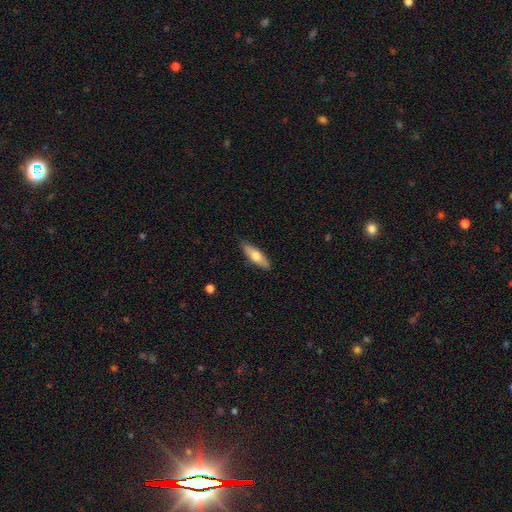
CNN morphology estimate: This is likely a smooth galaxy (61%). How rounded: possibly in between (51%). Merging: clearly none (87%).